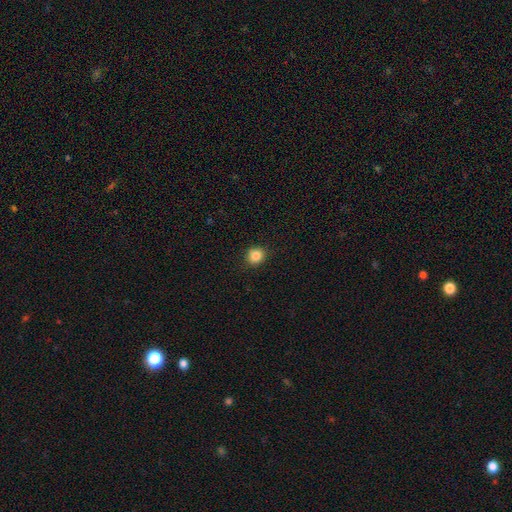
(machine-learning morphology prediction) This is clearly a smooth galaxy (84%). How rounded: clearly round (84%). Merging: clearly none (90%).